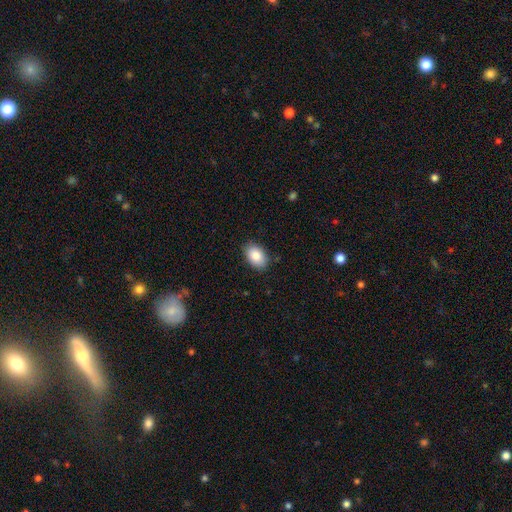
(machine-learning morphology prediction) Smooth or featured: smooth — 86% (star or artifact — 7%)
How rounded: in between — 89% (round — 10%)
Merging: none — 86% (minor disturbance — 11%)